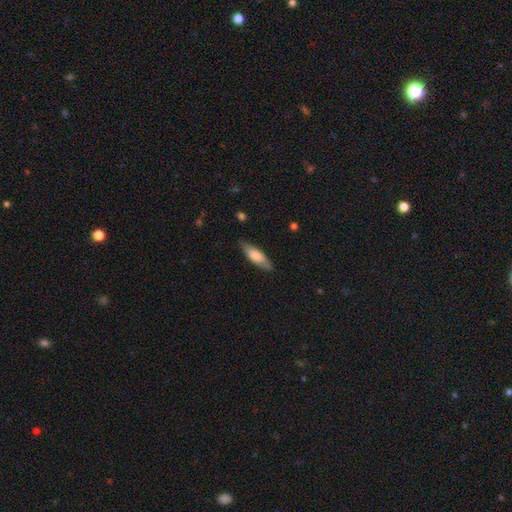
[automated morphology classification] Smooth or featured?
  - smooth: 69% *
  - featured or disk: 26%
  - star or artifact: 6%
How rounded?
  - in between: 50% *
  - cigar-shaped: 48%
  - round: 2%
Merging?
  - none: 81% *
  - minor disturbance: 15%
  - major disturbance: 3%
  - merger: 1%